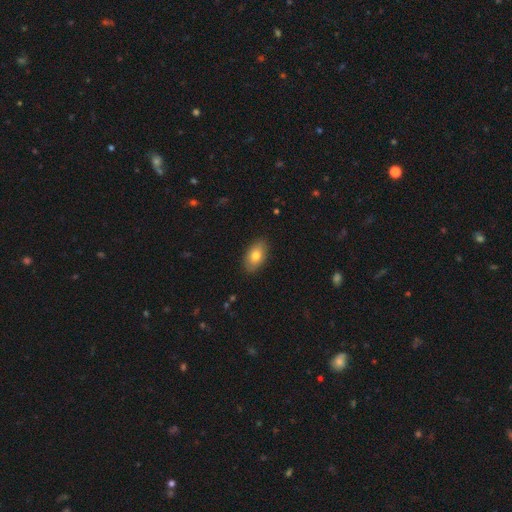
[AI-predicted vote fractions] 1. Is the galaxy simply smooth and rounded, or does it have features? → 77% smooth, 16% featured or disk, 7% star or artifact.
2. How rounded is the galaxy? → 91% in between, 6% round, 2% cigar-shaped.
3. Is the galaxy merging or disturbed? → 86% none, 11% minor disturbance, 2% major disturbance, 1% merger.